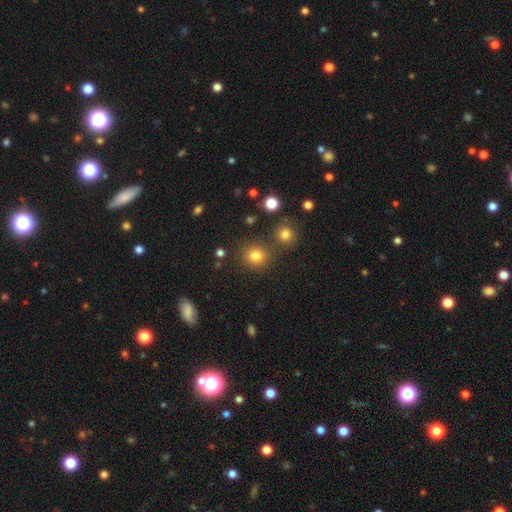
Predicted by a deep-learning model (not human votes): This appears to be a smooth galaxy with no disk features (80%) that is round (88%). Merging: none (79%).